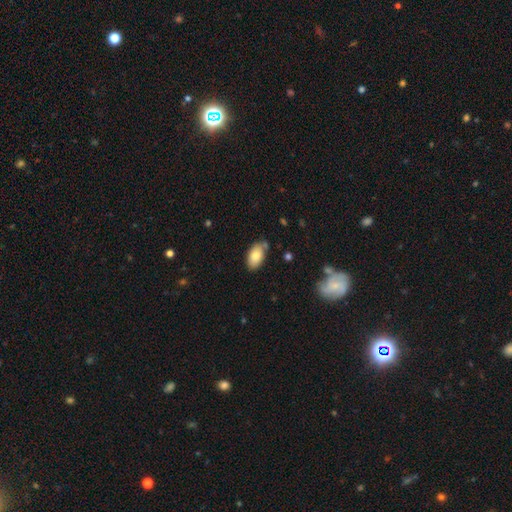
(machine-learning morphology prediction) smooth_or_featured: smooth (p=0.80) [alt: featured or disk p=0.13]
how_rounded: in between (p=0.94) [alt: round p=0.04]
merging: none (p=0.70) [alt: minor disturbance p=0.20]